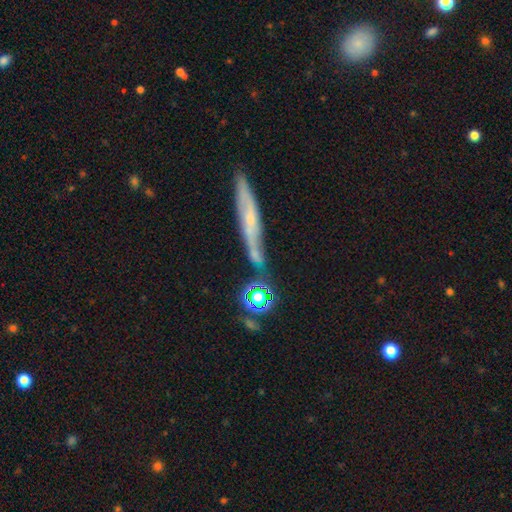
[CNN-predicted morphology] Q: Smooth or featured?
A: featured or disk (52%); runner-up: smooth (35%)
Q: Edge-on disk?
A: yes (68%); runner-up: no (32%)
Q: Merging?
A: none (60%); runner-up: minor disturbance (19%)